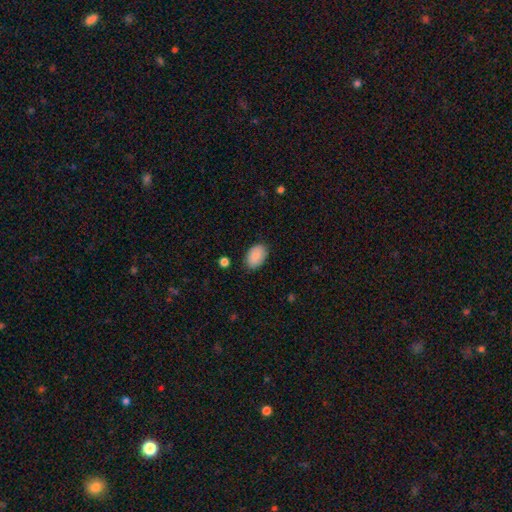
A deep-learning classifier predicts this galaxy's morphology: Smooth or featured: smooth — 89% (star or artifact — 6%)
How rounded: in between — 90% (round — 9%)
Merging: none — 84% (minor disturbance — 12%)